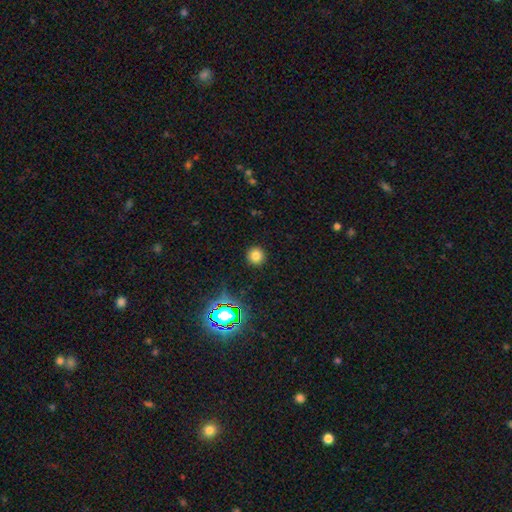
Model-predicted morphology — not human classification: A smooth galaxy with no disk features (77%) that is round (94%).

Vote fractions:
- Smooth or featured? smooth: 77% / star or artifact: 17% / featured or disk: 6%
- How rounded? round: 94% / in between: 5% / cigar-shaped: 1%
- Merging? none: 91% / minor disturbance: 5% / major disturbance: 2% / merger: 1%